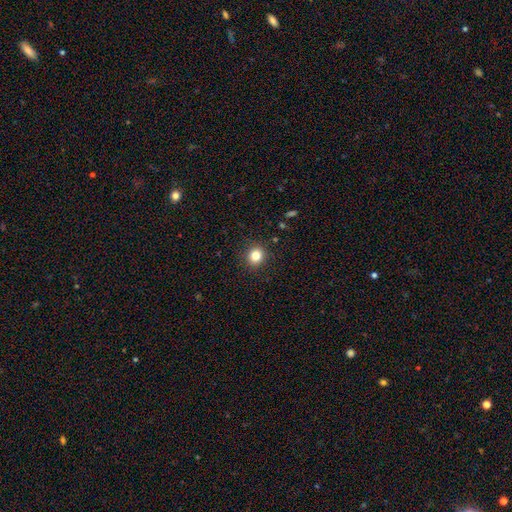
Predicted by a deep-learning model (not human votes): This appears to be a smooth galaxy with no disk features (82%) that is round (84%). Merging: none (90%).